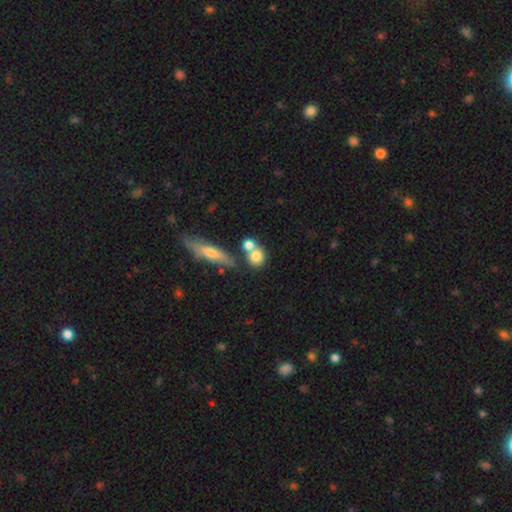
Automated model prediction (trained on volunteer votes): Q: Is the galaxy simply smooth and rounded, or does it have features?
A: smooth — 75%.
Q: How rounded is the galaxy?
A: round — 71%.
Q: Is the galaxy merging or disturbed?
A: none — 47%.